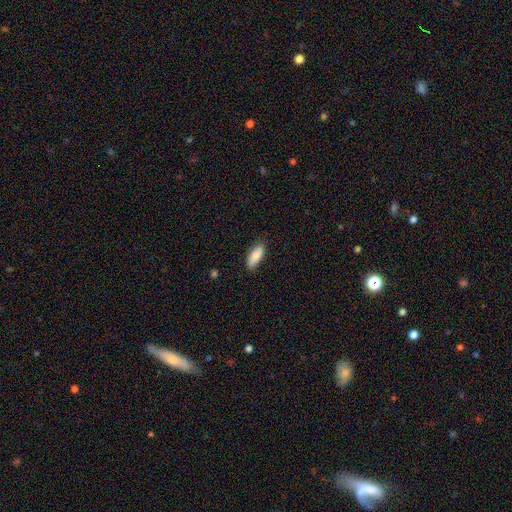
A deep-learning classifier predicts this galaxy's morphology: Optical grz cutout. It shows a smooth galaxy with no disk features (80%) that is in between round and cigar-shaped (79%). Merging: none (84%).